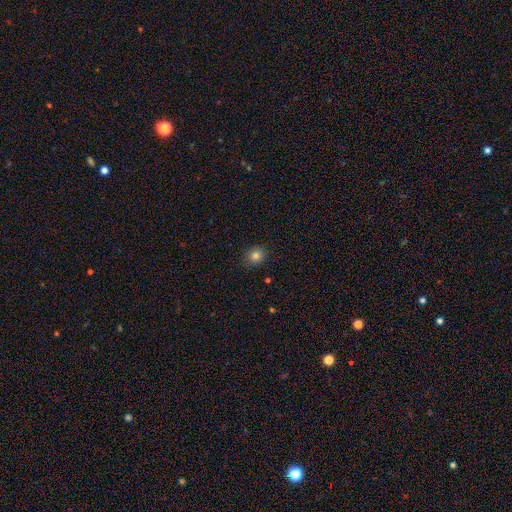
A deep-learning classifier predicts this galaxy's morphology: smooth_or_featured: smooth (p=0.81) [alt: star or artifact p=0.13]
how_rounded: round (p=0.80) [alt: in between p=0.19]
merging: none (p=0.89) [alt: minor disturbance p=0.08]